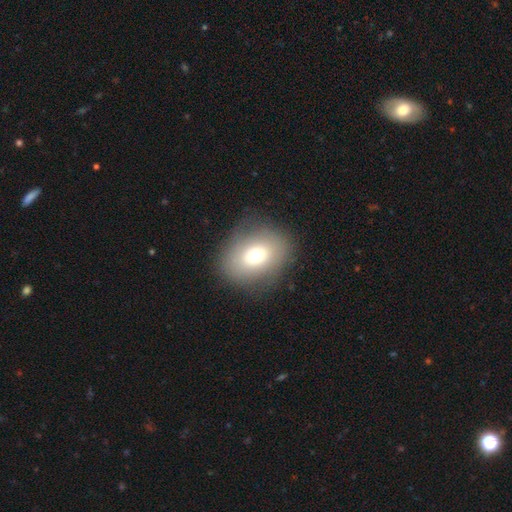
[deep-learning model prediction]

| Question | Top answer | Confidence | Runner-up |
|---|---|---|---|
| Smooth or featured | smooth | 71% | featured or disk (19%) |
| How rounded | in between | 59% | round (40%) |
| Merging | none | 82% | minor disturbance (12%) |